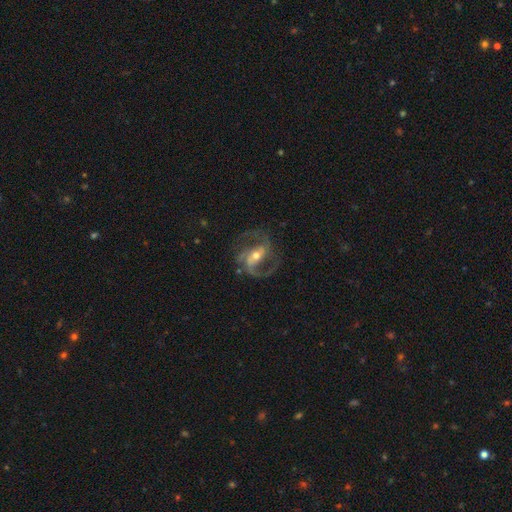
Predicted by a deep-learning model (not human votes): A featured or disk galaxy (88%) with a strong bar (45%), 2 (69%) medium (56%) spiral arms (96%) and a moderate central bulge (57%).

Vote fractions:
- Smooth or featured? featured or disk: 88% / star or artifact: 6% / smooth: 6%
- Edge-on disk? no: 97% / yes: 3%
- Bar? strong: 45% / weak: 36% / no: 19%
- Spiral arms? yes: 96% / no: 4%
- Spiral winding? medium: 56% / loose: 27% / tight: 17%
- Spiral arm count? 2: 69% / 3: 15% / can't tell: 6% / 1: 5% / 4: 3% / more than 4: 2%
- Bulge size? moderate: 57% / small: 38% / large: 4% / none: 1% / dominant: 1%
- Merging? none: 66% / major disturbance: 16% / minor disturbance: 16% / merger: 2%